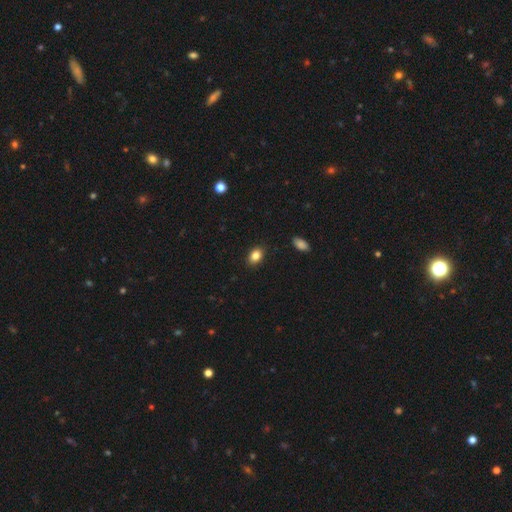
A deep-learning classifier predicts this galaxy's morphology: Smooth or featured: smooth — 84% (star or artifact — 9%)
How rounded: in between — 78% (round — 20%)
Merging: none — 88% (minor disturbance — 8%)